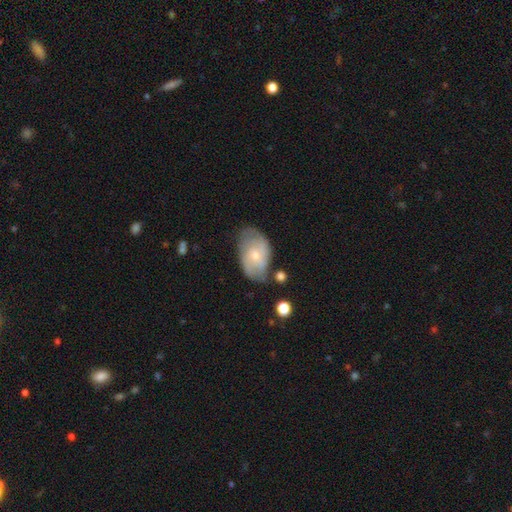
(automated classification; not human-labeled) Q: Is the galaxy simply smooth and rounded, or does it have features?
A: featured or disk — 64%.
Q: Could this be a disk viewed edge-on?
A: no — 96%.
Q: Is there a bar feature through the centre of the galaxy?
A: no — 60%.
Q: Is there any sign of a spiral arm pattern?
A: yes — 86%.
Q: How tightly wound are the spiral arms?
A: medium — 42%.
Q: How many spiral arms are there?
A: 2 — 49%.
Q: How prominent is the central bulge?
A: small — 62%.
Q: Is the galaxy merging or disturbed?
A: none — 64%.